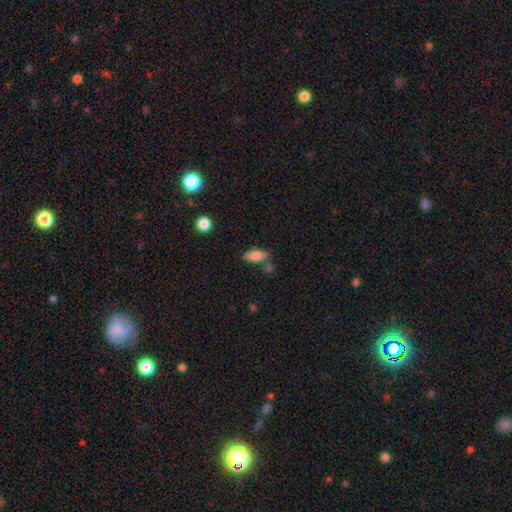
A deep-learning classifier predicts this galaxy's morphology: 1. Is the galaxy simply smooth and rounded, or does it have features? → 79% smooth, 12% featured or disk, 8% star or artifact.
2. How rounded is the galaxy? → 82% in between, 15% cigar-shaped, 4% round.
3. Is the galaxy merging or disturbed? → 59% none, 19% minor disturbance, 15% merger, 6% major disturbance.